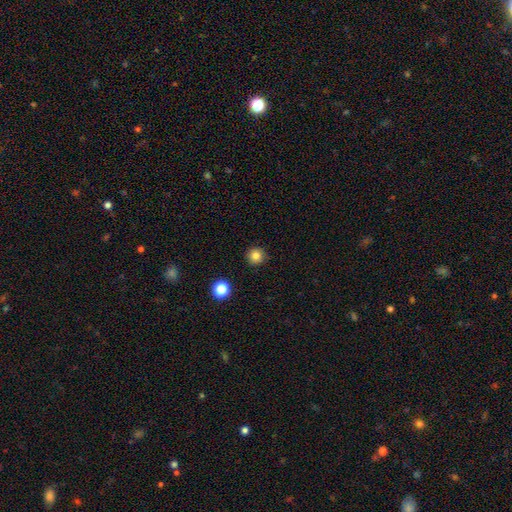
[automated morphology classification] smooth 82%, star or artifact 12%, featured or disk 6%. Down the decision tree: how rounded — round (95%); merging — none (92%).